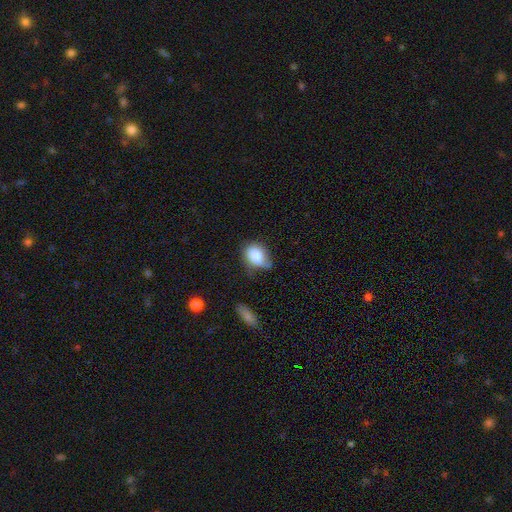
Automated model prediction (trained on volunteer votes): Smooth or featured? smooth (85%)
How rounded? in between (74%)
Merging? none (44%)